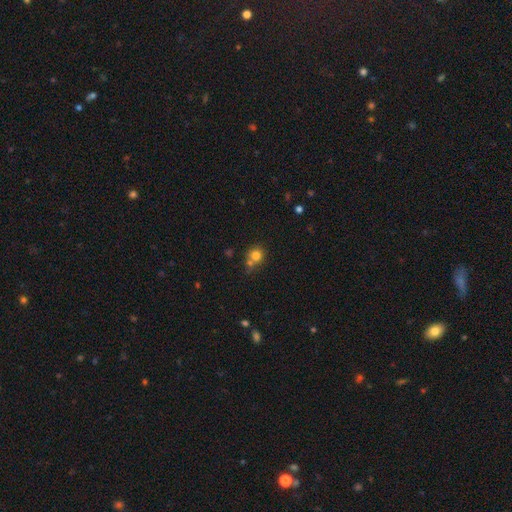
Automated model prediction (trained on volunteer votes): Overall: smooth (78%). How rounded: round (87%). Merging: none (53%; merger 31%).